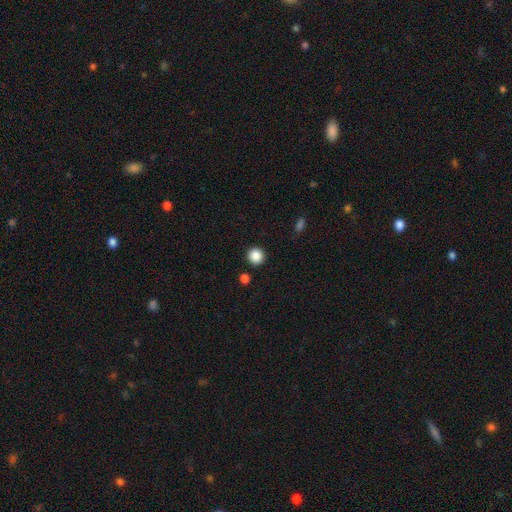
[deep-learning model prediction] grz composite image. It shows a smooth galaxy with no disk features (88%) that is round (94%). Merging: none (90%).